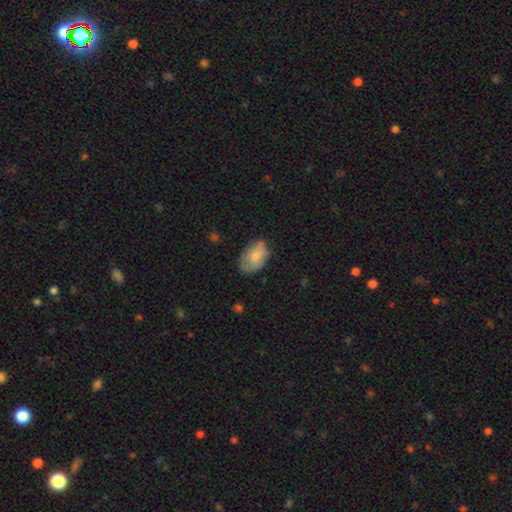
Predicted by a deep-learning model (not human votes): This is likely a smooth galaxy (73%). How rounded: clearly in between (90%). Merging: possibly none (60%).